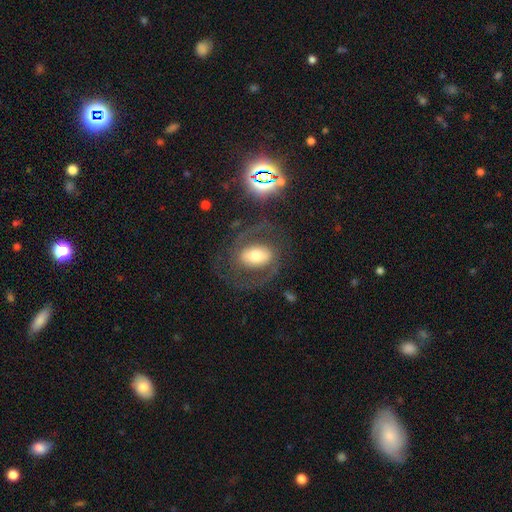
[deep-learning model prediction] Morphology: type=featured or disk (66%); edge-on=no (95%); bar=strong (41%); spiral arms=yes (71%); bulge=moderate (54%); merging=none (68%).